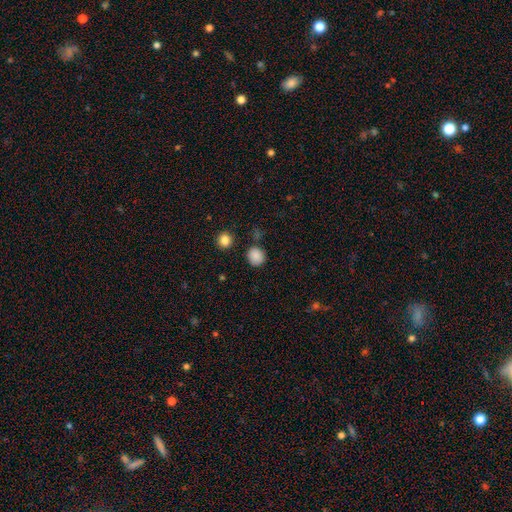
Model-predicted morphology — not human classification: Overall: smooth (86%). How rounded: round (84%). Merging: none (84%).